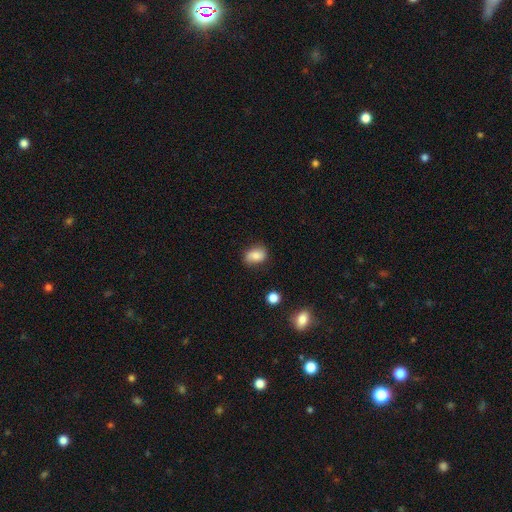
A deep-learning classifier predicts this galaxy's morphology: This is clearly a smooth galaxy (81%). How rounded: likely in between (78%). Merging: likely none (76%).